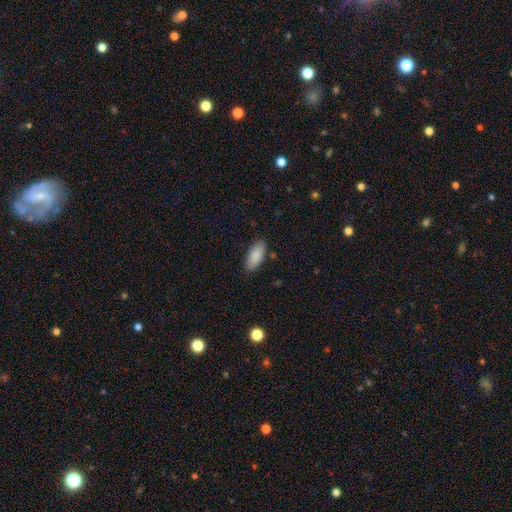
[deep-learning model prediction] Smooth or featured: smooth — 88% (star or artifact — 6%)
How rounded: in between — 87% (cigar-shaped — 12%)
Merging: none — 85% (minor disturbance — 11%)